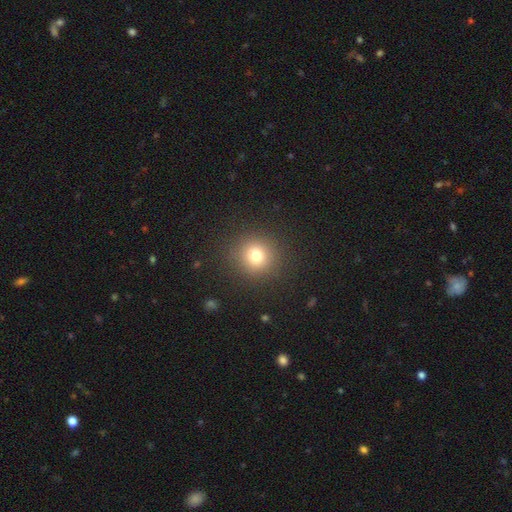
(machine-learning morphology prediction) Q: Smooth or featured?
A: smooth (76%); runner-up: star or artifact (16%)
Q: How rounded?
A: round (92%); runner-up: in between (7%)
Q: Merging?
A: none (89%); runner-up: minor disturbance (7%)